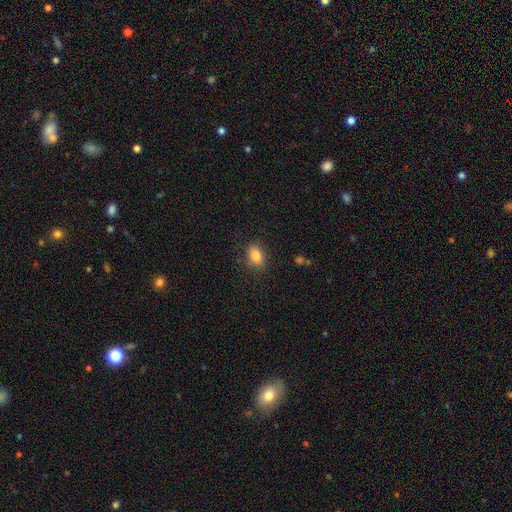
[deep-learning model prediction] Smooth or featured: smooth — 86% (star or artifact — 9%)
How rounded: in between — 74% (round — 25%)
Merging: none — 82% (minor disturbance — 13%)